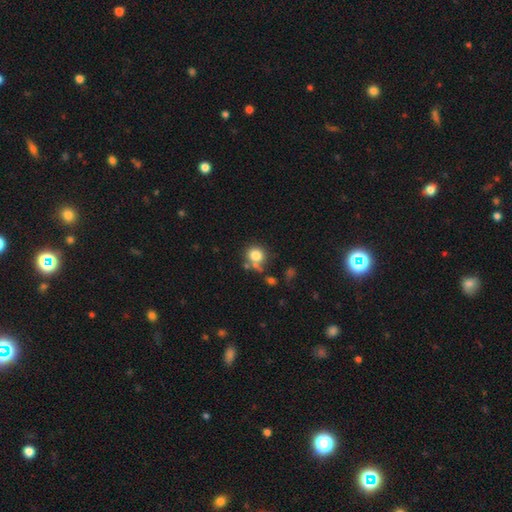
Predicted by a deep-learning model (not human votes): Q: Smooth or featured?
A: smooth (81%); runner-up: star or artifact (11%)
Q: How rounded?
A: round (85%); runner-up: in between (14%)
Q: Merging?
A: none (61%); runner-up: merger (19%)